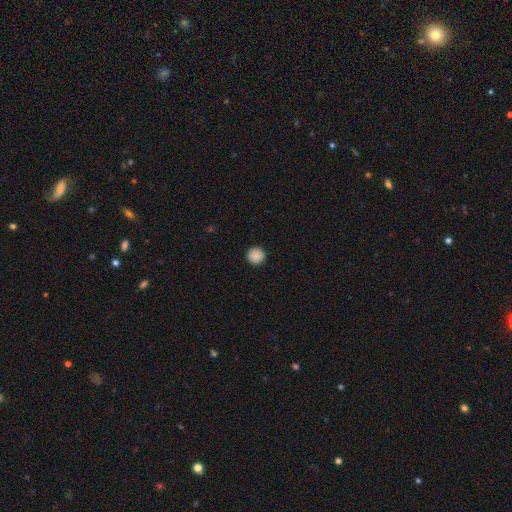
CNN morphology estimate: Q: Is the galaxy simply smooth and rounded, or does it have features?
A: smooth — 89%.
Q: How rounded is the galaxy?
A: round — 96%.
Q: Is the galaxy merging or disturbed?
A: none — 93%.